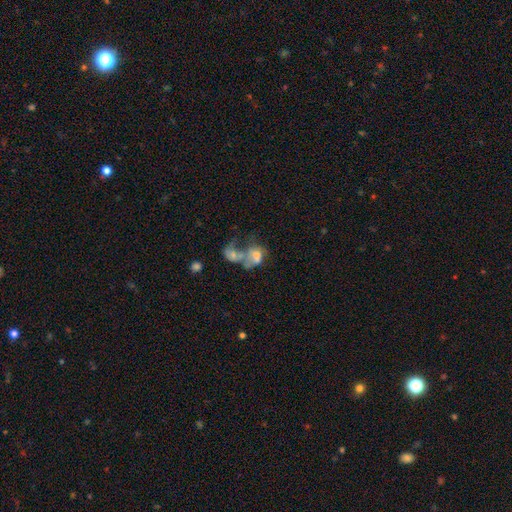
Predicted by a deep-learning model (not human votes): A featured or disk galaxy (41%).

Vote fractions:
- Smooth or featured? featured or disk: 41% / smooth: 39% / star or artifact: 20%
- Merging? merger: 65% / none: 18% / major disturbance: 11% / minor disturbance: 6%